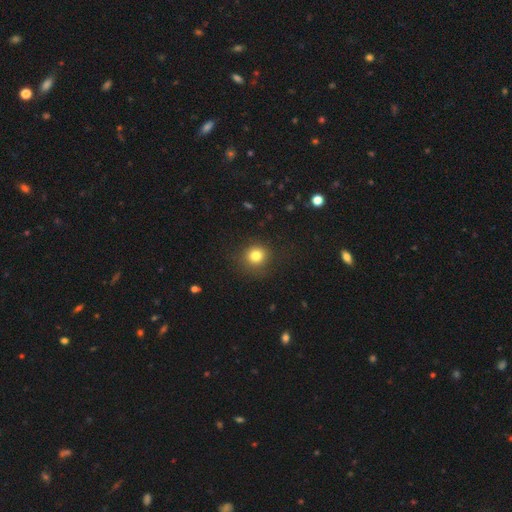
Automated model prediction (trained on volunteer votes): Smooth or featured?
  - smooth: 80% *
  - star or artifact: 13%
  - featured or disk: 7%
How rounded?
  - round: 90% *
  - in between: 9%
  - cigar-shaped: 1%
Merging?
  - none: 86% *
  - minor disturbance: 9%
  - major disturbance: 4%
  - merger: 1%